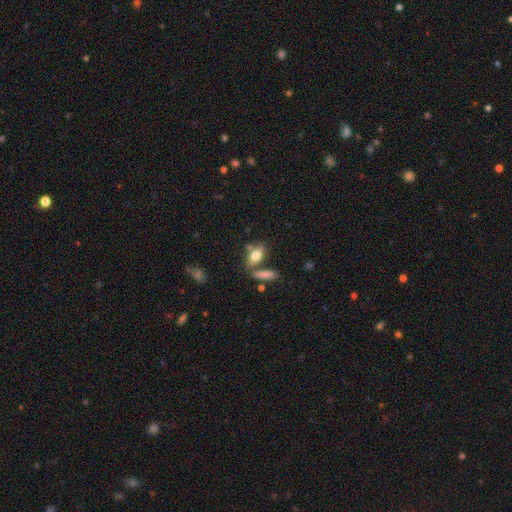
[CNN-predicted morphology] Smooth or featured? Predicted: smooth (p=0.71). How rounded? Predicted: in between (p=0.75). Merging? Predicted: none (p=0.60).